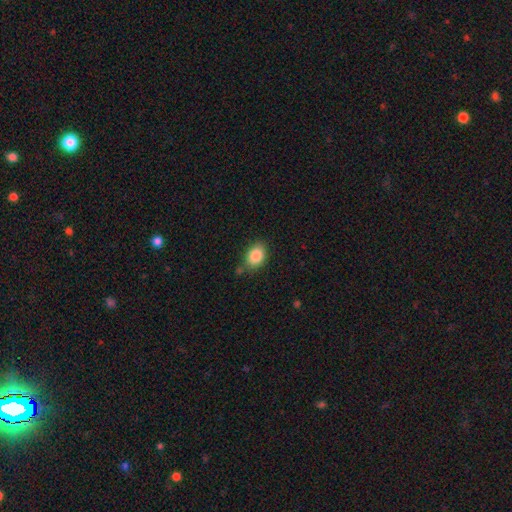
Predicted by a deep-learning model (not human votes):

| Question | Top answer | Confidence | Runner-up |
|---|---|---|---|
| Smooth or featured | smooth | 87% | star or artifact (8%) |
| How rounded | in between | 77% | round (22%) |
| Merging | none | 72% | minor disturbance (19%) |